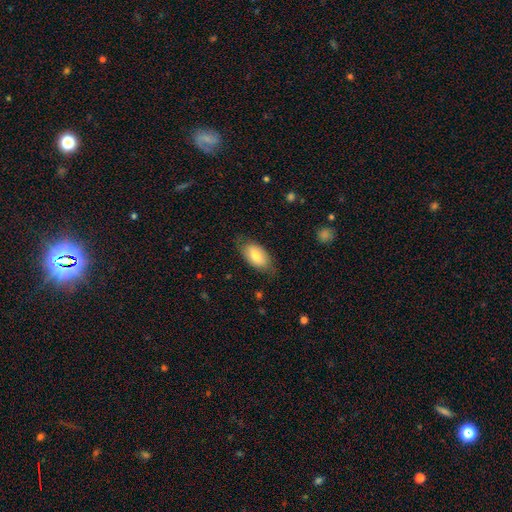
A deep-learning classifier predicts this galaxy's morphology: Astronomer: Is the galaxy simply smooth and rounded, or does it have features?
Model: smooth — 74%.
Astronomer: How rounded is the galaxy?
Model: in between — 93%.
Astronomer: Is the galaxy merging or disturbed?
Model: none — 71%.